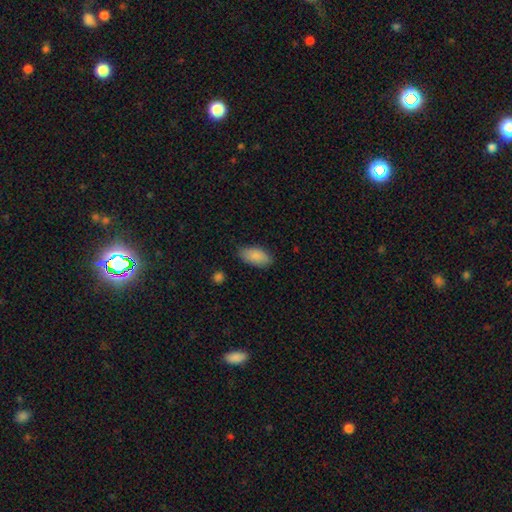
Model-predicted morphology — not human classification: A smooth galaxy with no disk features (87%) that is in between round and cigar-shaped (93%).

Vote fractions:
- Smooth or featured? smooth: 87% / star or artifact: 7% / featured or disk: 7%
- How rounded? in between: 93% / cigar-shaped: 5% / round: 3%
- Merging? none: 80% / minor disturbance: 16% / major disturbance: 3% / merger: 1%